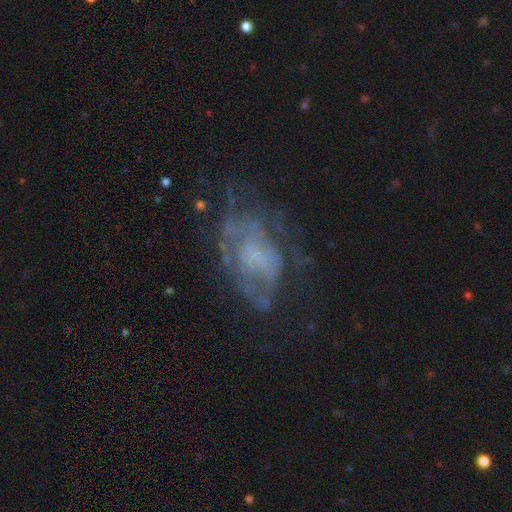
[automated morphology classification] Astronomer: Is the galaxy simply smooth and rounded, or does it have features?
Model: featured or disk — 65%.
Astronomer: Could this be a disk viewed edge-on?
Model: no — 96%.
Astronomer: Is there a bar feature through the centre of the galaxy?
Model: no — 77%.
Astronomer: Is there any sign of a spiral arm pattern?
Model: no — 57% (runner-up: yes, 43%).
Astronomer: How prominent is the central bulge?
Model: none — 49% (runner-up: small, 26%).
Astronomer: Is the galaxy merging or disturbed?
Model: none — 46% (runner-up: major disturbance, 29%).